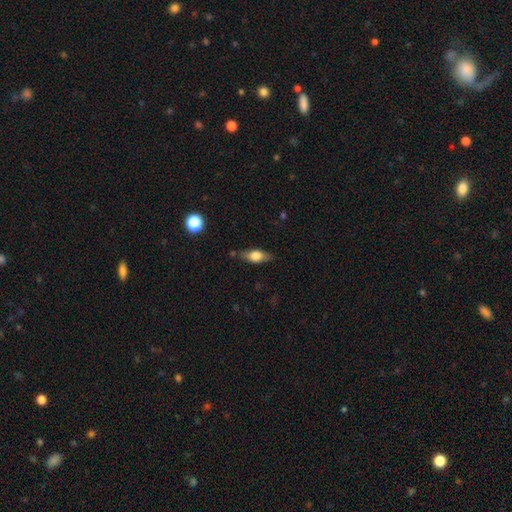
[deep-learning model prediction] Q: Smooth or featured?
A: smooth (59%); runner-up: featured or disk (33%)
Q: How rounded?
A: in between (70%); runner-up: cigar-shaped (23%)
Q: Merging?
A: none (77%); runner-up: minor disturbance (16%)